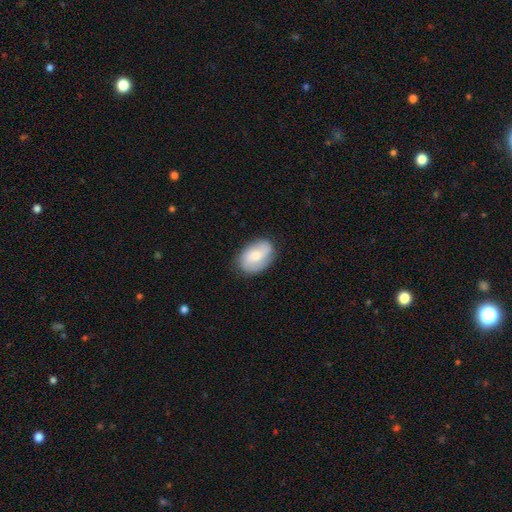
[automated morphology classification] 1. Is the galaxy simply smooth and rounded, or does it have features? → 54% smooth, 39% featured or disk, 7% star or artifact.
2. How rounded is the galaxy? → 84% in between, 15% round, 1% cigar-shaped.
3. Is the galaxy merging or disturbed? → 78% none, 17% minor disturbance, 4% major disturbance, 1% merger.